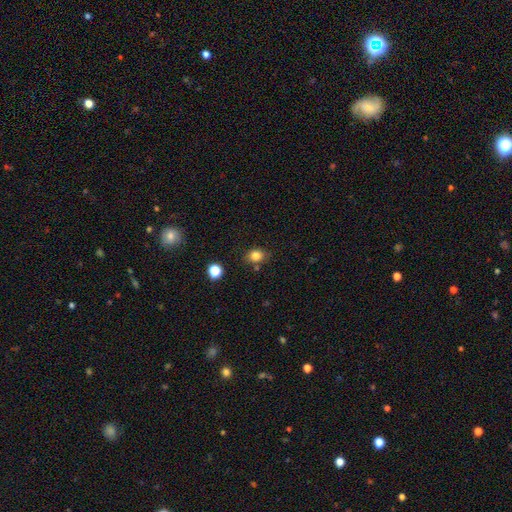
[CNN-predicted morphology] This is clearly a smooth galaxy (81%). How rounded: possibly round (54%). Merging: likely none (78%).